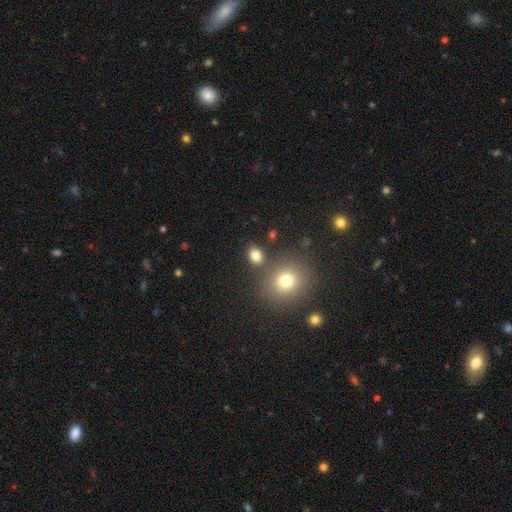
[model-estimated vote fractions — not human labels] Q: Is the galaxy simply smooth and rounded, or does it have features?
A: smooth — 80%.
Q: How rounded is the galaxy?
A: in between — 54%.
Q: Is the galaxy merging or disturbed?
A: none — 77%.